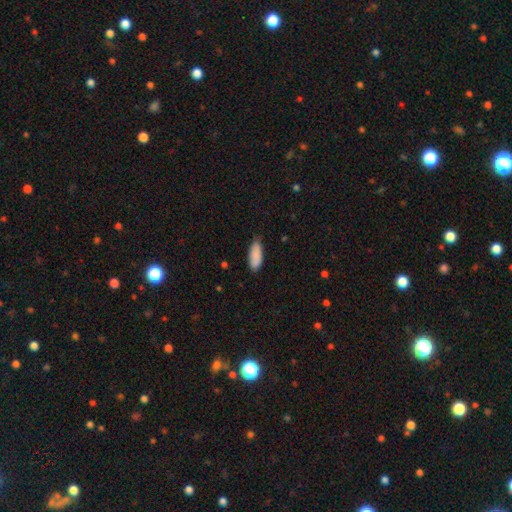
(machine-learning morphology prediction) Smooth or featured: smooth — 89% (star or artifact — 6%)
How rounded: in between — 78% (cigar-shaped — 20%)
Merging: none — 75% (minor disturbance — 21%)